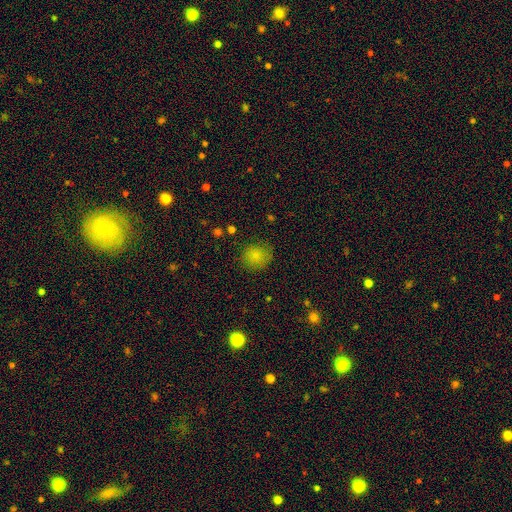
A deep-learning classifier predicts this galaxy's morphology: This appears to be a smooth galaxy with no disk features (80%) that is round (84%). Merging: none (80%).